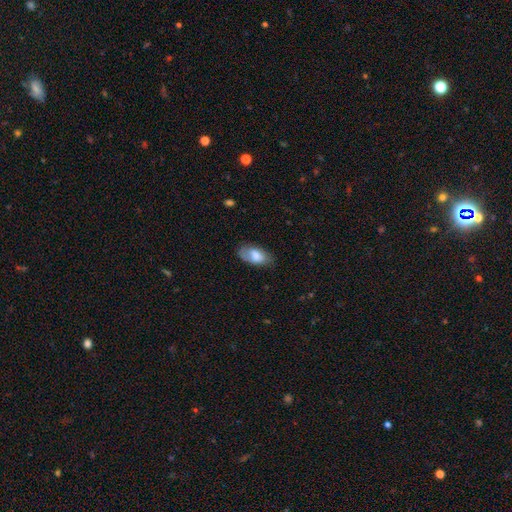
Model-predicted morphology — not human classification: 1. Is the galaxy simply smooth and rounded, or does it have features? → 74% smooth, 19% featured or disk, 7% star or artifact.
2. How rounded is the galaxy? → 93% in between, 4% round, 3% cigar-shaped.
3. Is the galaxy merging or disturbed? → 65% none, 25% minor disturbance, 8% major disturbance, 2% merger.